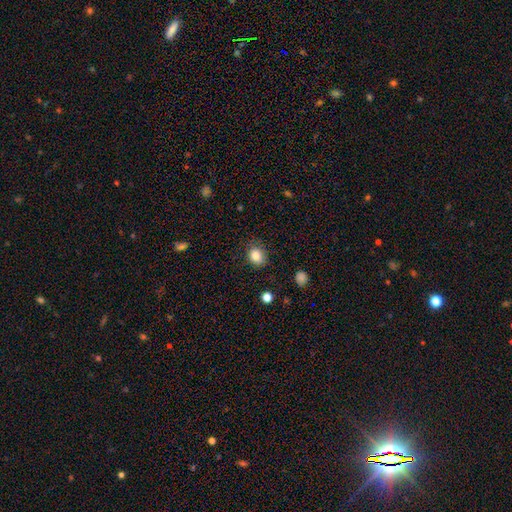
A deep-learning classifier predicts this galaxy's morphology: This is clearly a smooth galaxy (84%). How rounded: possibly round (55%). Merging: likely none (76%).